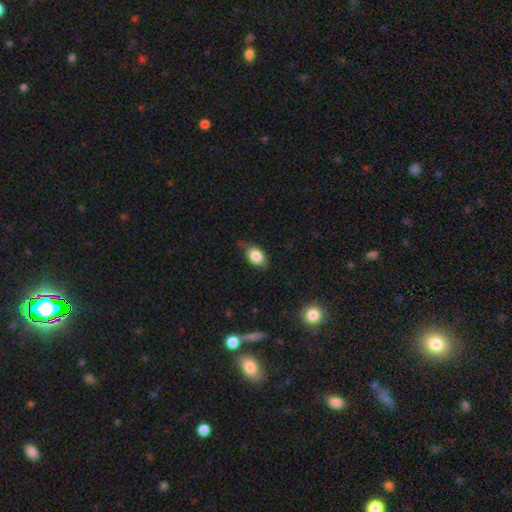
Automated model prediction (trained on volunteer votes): Smooth or featured? Predicted: smooth (p=0.83). How rounded? Predicted: in between (p=0.84). Merging? Predicted: none (p=0.65).